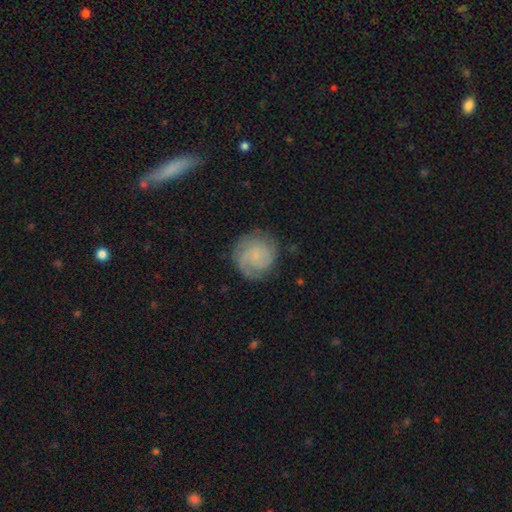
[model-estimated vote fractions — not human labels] This appears to be a featured or disk galaxy (60%) with no bar (70%), 2 (34%) tight (59%) spiral arms (92%) and a small central bulge (57%). Merging: none (77%).